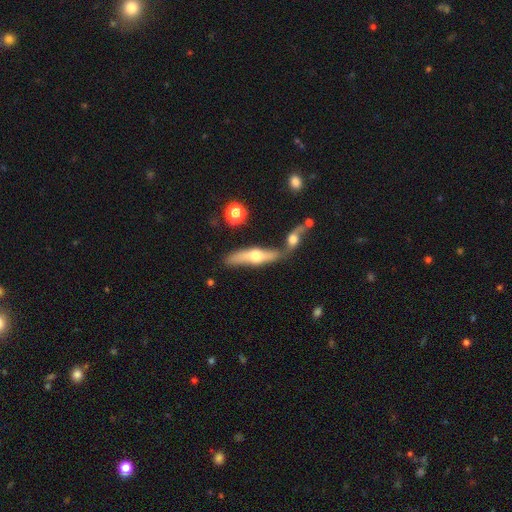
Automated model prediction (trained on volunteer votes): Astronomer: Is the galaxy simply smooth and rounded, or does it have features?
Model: featured or disk — 56% (runner-up: smooth, 38%).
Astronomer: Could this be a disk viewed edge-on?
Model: yes — 78%.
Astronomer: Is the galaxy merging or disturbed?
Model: none — 46% (runner-up: merger, 37%).